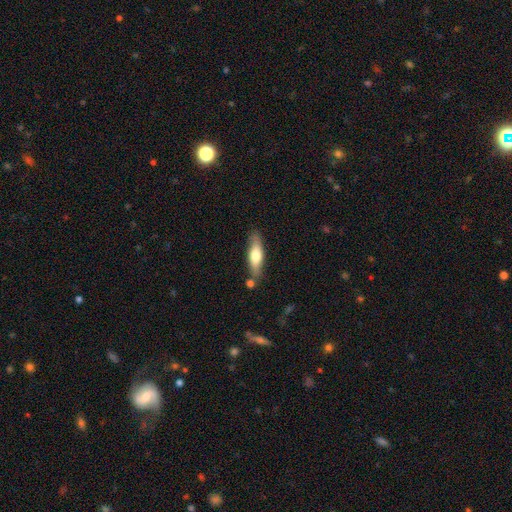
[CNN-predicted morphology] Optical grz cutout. It shows a smooth galaxy with no disk features (59%) that is cigar-shaped (55%). Merging: none (77%).